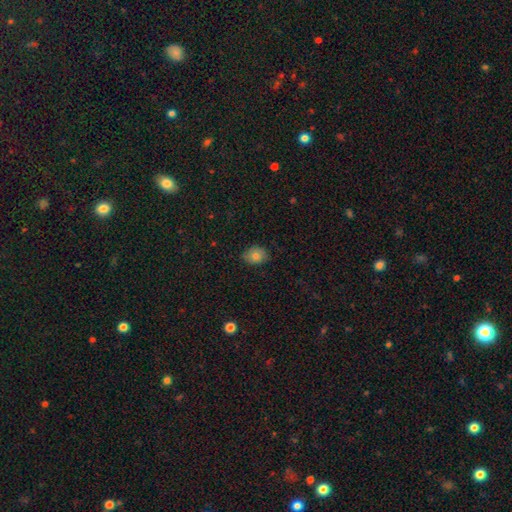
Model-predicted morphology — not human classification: Smooth or featured? smooth (79%)
How rounded? in between (58%)
Merging? none (79%)